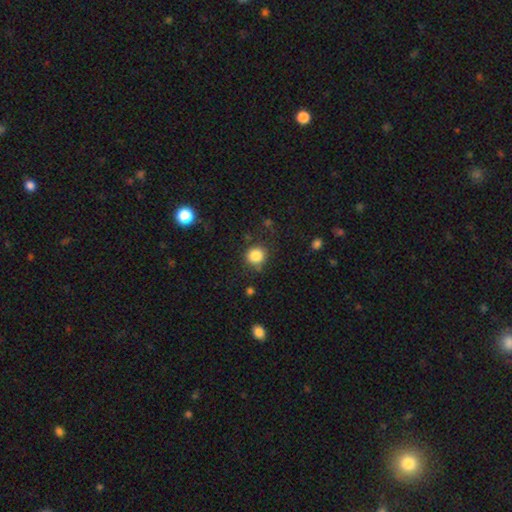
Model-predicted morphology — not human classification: This appears to be a smooth galaxy with no disk features (85%) that is round (89%). Merging: none (81%).